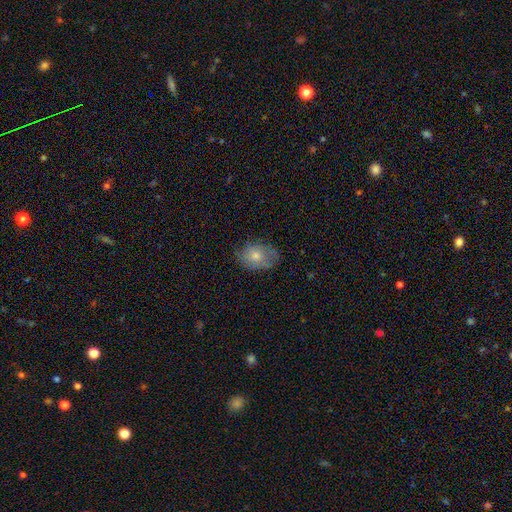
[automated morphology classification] A smooth galaxy with no disk features (58%) that is in between round and cigar-shaped (75%).

Vote fractions:
- Smooth or featured? smooth: 58% / featured or disk: 32% / star or artifact: 10%
- How rounded? in between: 75% / round: 24% / cigar-shaped: 1%
- Merging? none: 73% / minor disturbance: 21% / major disturbance: 5% / merger: 1%